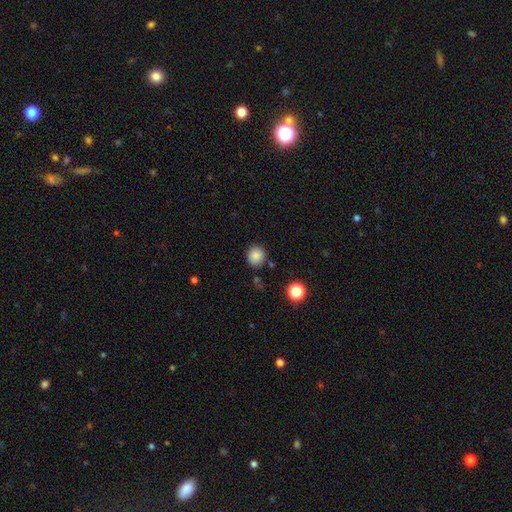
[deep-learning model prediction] Smooth or featured? smooth (85%)
How rounded? round (88%)
Merging? none (83%)